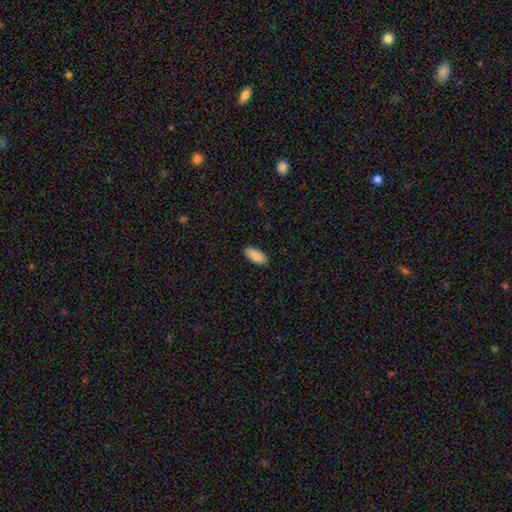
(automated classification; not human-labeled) The model was most divided on "how rounded": in between: 86%, cigar-shaped: 12%, round: 2%. More confident: merging — none (90%); smooth or featured — smooth (90%).